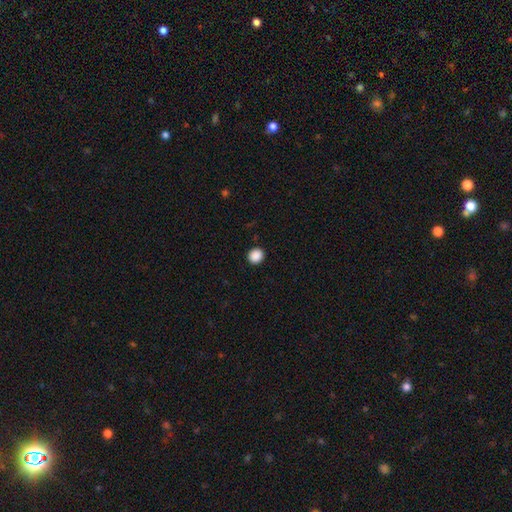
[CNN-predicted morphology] smooth-or-featured: smooth: 89% | star or artifact: 9% | featured or disk: 2%
  how-rounded: round: 87% | in between: 12% | cigar-shaped: 1%
  merging: none: 93% | minor disturbance: 5% | major disturbance: 2% | merger: 1%